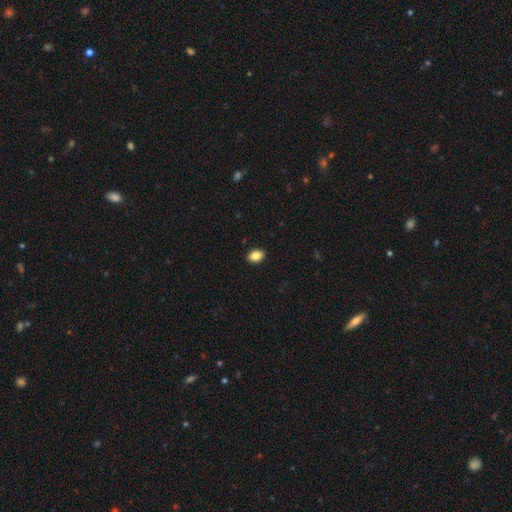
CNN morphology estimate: A smooth galaxy with no disk features (85%) that is in between round and cigar-shaped (82%). Merging: none (90%).